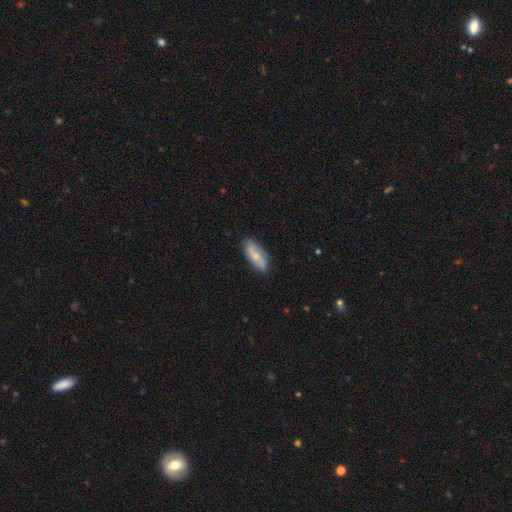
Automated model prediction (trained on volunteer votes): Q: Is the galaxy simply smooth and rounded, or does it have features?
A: smooth — 64%.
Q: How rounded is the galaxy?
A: in between — 72%.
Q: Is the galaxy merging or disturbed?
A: none — 81%.